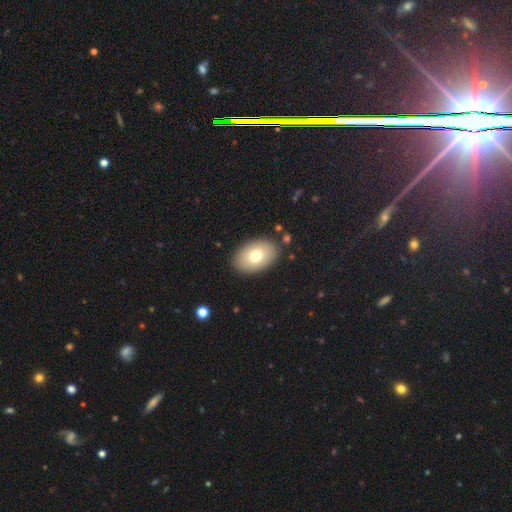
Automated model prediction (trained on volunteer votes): Morphology: type=smooth (75%); roundness=in between (90%); merging=none (88%).